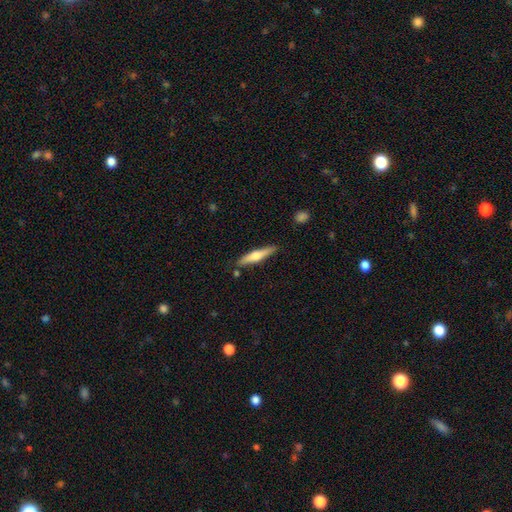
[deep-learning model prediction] This appears to be a smooth galaxy with no disk features (48%). Merging: none (85%).